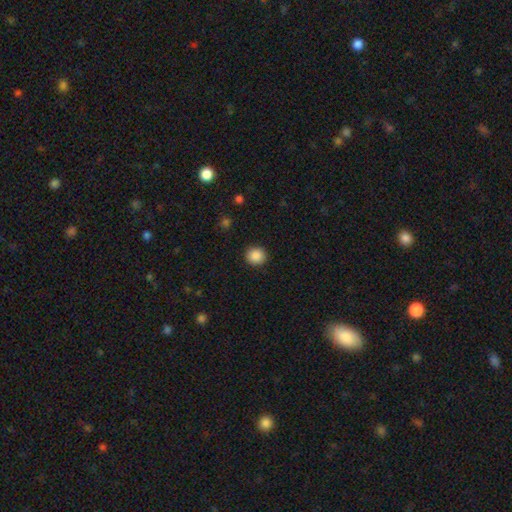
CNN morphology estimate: This appears to be a smooth galaxy with no disk features (88%) that is round (89%). Merging: none (91%).